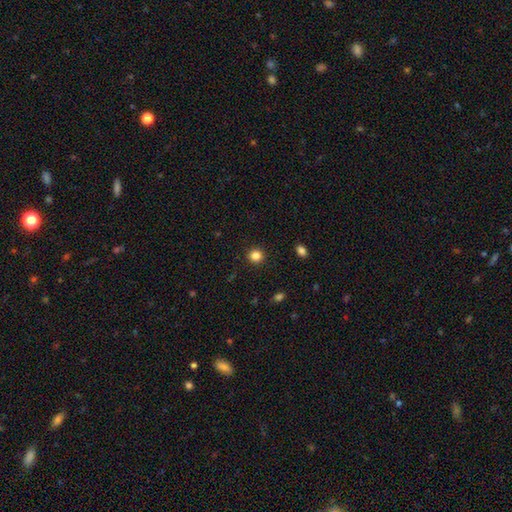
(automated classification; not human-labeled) Smooth or featured? Predicted: smooth (p=0.84). How rounded? Predicted: round (p=0.91). Merging? Predicted: none (p=0.92).